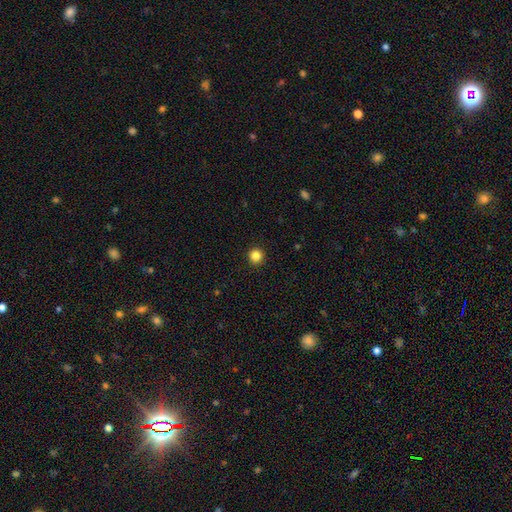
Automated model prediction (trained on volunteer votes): smooth-or-featured: smooth: 85% | star or artifact: 12% | featured or disk: 4%
  how-rounded: round: 95% | in between: 4% | cigar-shaped: 1%
  merging: none: 94% | minor disturbance: 4% | major disturbance: 2% | merger: 1%